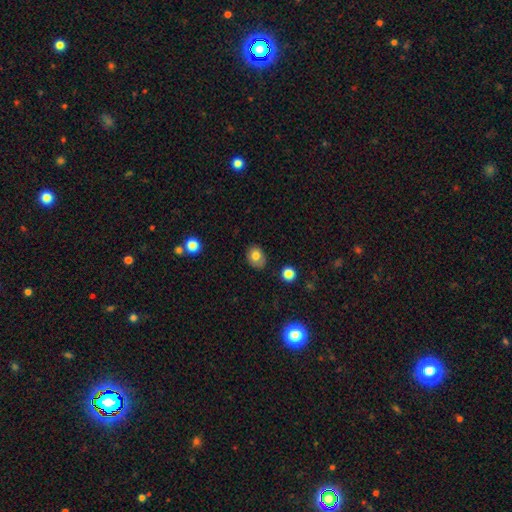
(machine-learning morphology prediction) Smooth or featured: smooth — 77% (featured or disk — 13%)
How rounded: in between — 52% (round — 48%)
Merging: none — 75% (minor disturbance — 19%)